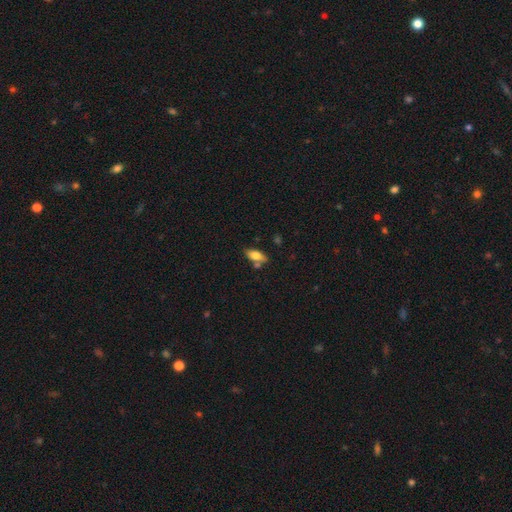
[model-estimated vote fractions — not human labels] A smooth galaxy with no disk features (72%) that is in between round and cigar-shaped (81%). Merging: none (64%).